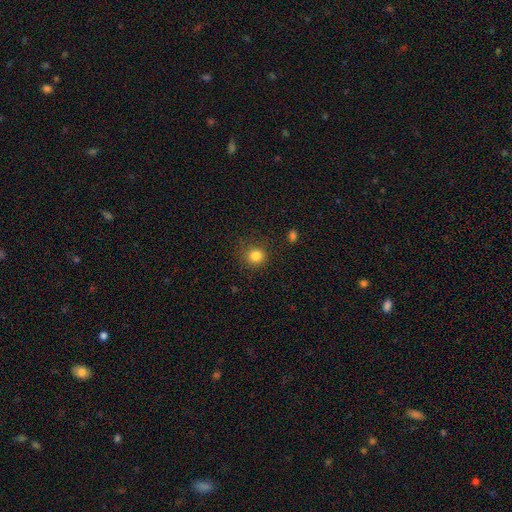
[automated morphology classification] The model was most divided on "smooth or featured": smooth: 83%, star or artifact: 12%, featured or disk: 5%. More confident: how rounded — round (92%); merging — none (86%).